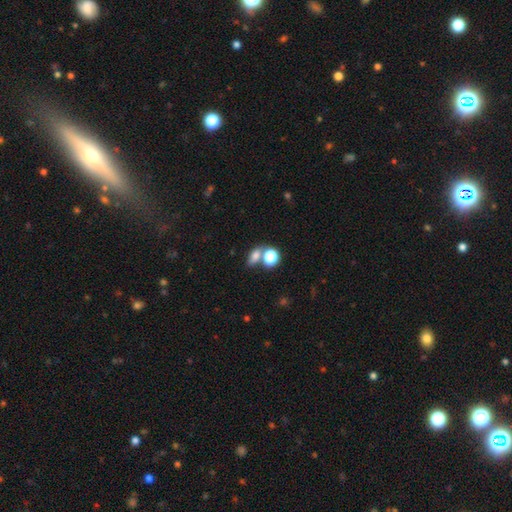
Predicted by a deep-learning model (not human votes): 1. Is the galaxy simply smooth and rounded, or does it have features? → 71% smooth, 16% star or artifact, 13% featured or disk.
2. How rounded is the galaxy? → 64% in between, 28% round, 8% cigar-shaped.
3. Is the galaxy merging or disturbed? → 51% none, 33% merger, 11% minor disturbance, 5% major disturbance.